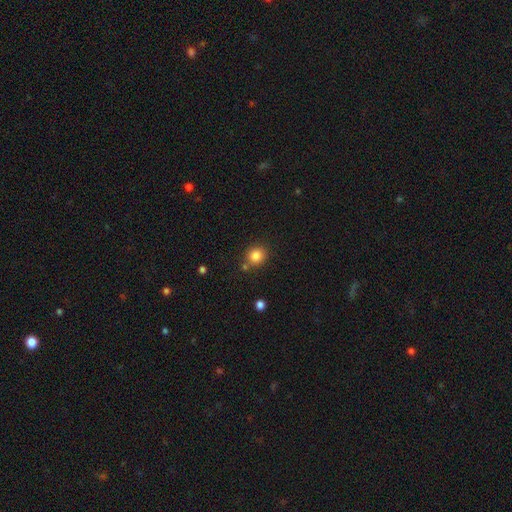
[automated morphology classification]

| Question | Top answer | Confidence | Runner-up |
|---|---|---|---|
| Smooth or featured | smooth | 84% | star or artifact (11%) |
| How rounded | round | 82% | in between (17%) |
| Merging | none | 77% | minor disturbance (10%) |